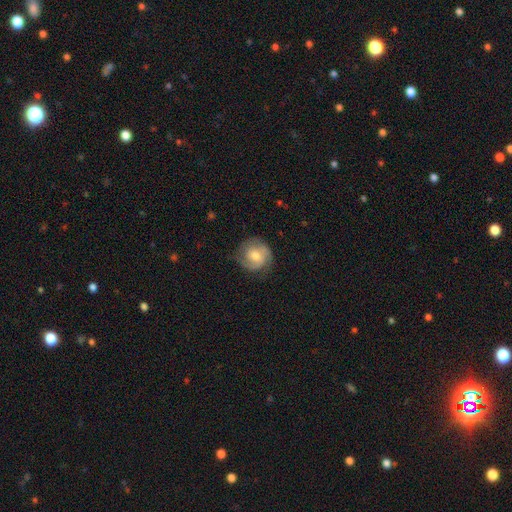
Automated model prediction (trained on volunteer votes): This is possibly a featured or disk galaxy (56%). It is clearly not viewed edge-on (97%). Bar: likely no (63%). Spiral arm pattern: clearly yes (86%). Central bulge: likely moderate (63%). Merging: likely none (72%).